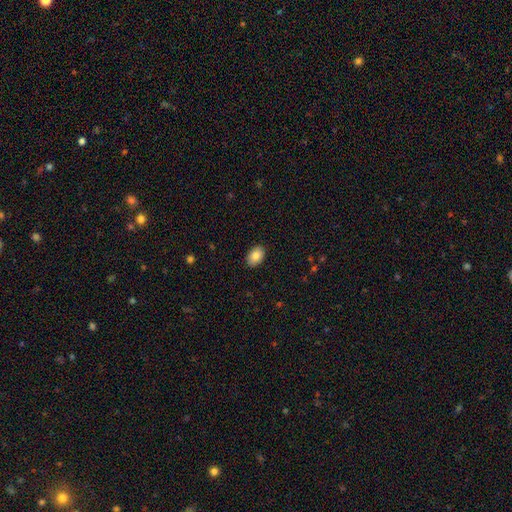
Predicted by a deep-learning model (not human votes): This appears to be a smooth galaxy with no disk features (86%) that is in between round and cigar-shaped (88%). Merging: none (89%).